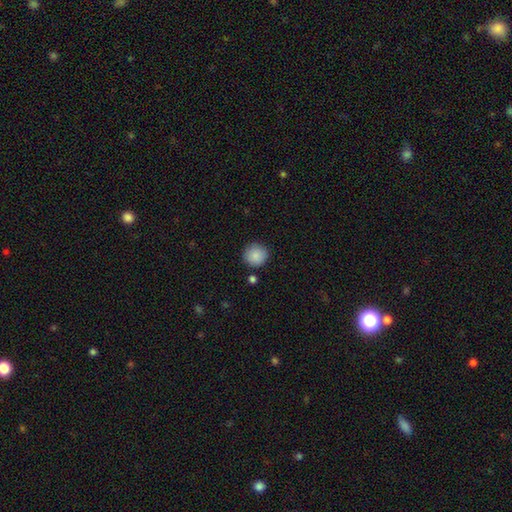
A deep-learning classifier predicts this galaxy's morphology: Smooth or featured? Predicted: smooth (p=0.88). How rounded? Predicted: round (p=0.93). Merging? Predicted: none (p=0.87).